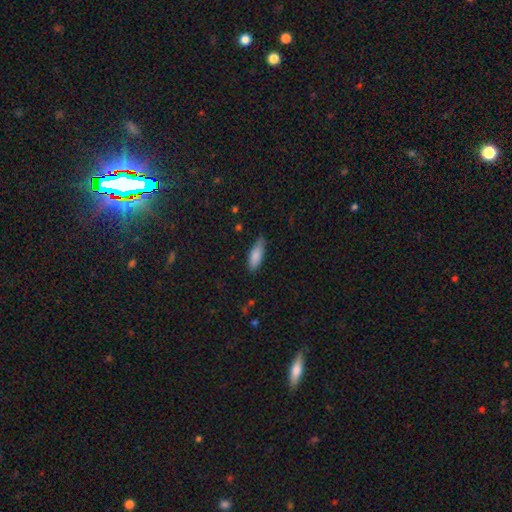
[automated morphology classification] This is clearly a smooth galaxy (85%). How rounded: likely in between (66%). Merging: likely none (73%).